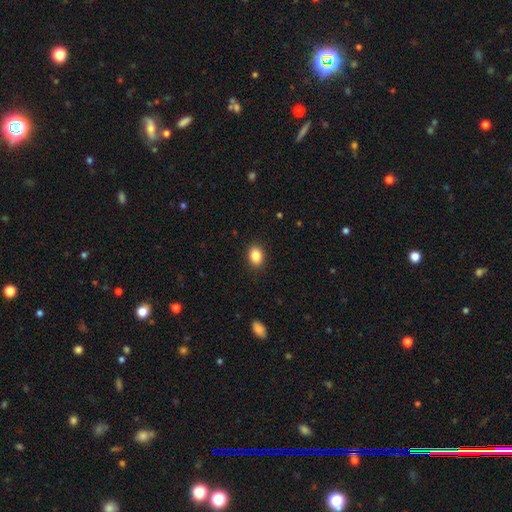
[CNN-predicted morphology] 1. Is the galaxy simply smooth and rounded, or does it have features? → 86% smooth, 9% star or artifact, 5% featured or disk.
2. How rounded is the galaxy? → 66% in between, 33% round, 1% cigar-shaped.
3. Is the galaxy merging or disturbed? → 90% none, 7% minor disturbance, 2% major disturbance, 1% merger.